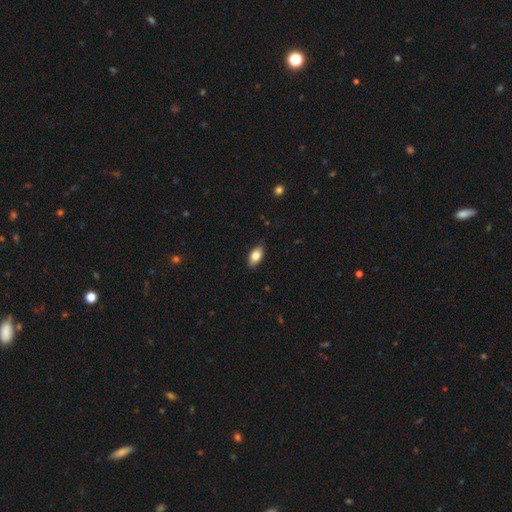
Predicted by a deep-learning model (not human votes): Q: Smooth or featured?
A: smooth (82%); runner-up: featured or disk (11%)
Q: How rounded?
A: in between (91%); runner-up: round (5%)
Q: Merging?
A: none (86%); runner-up: minor disturbance (11%)